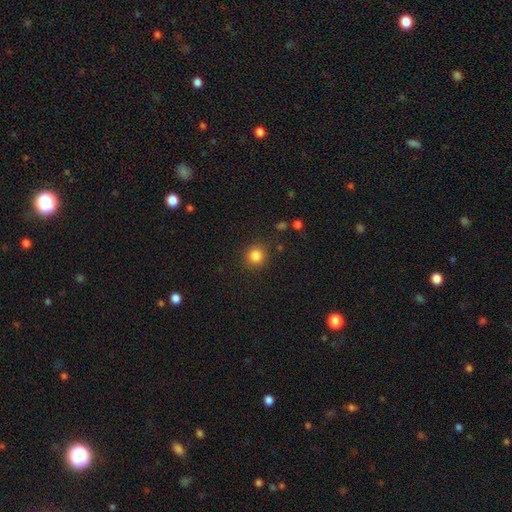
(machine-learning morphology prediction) Smooth or featured? Predicted: smooth (p=0.84). How rounded? Predicted: round (p=0.92). Merging? Predicted: none (p=0.88).